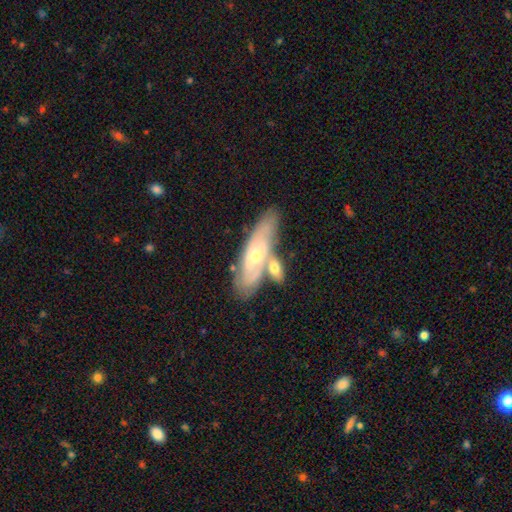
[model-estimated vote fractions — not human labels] Smooth or featured? Predicted: featured or disk (p=0.67). Edge-on disk? Predicted: no (p=0.75). Merging? Predicted: none (p=0.49).